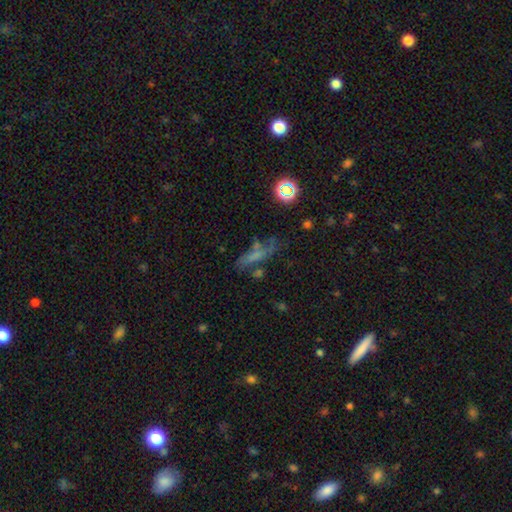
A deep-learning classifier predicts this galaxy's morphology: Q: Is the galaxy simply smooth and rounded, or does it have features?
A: smooth — 50%.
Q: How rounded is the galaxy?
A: cigar-shaped — 59%.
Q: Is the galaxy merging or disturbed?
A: none — 53%.